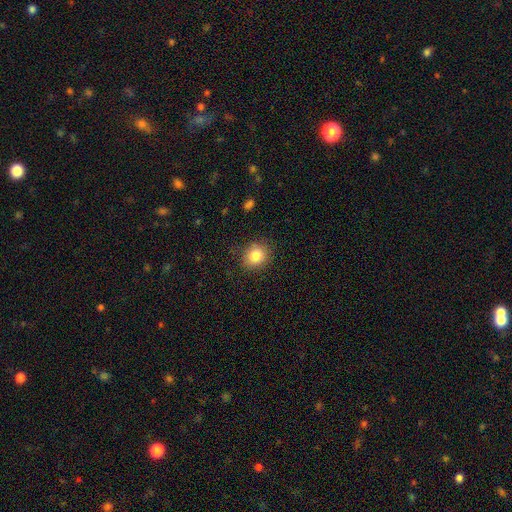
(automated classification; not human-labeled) smooth_or_featured: smooth (p=0.83) [alt: star or artifact p=0.10]
how_rounded: round (p=0.73) [alt: in between p=0.27]
merging: none (p=0.85) [alt: minor disturbance p=0.11]